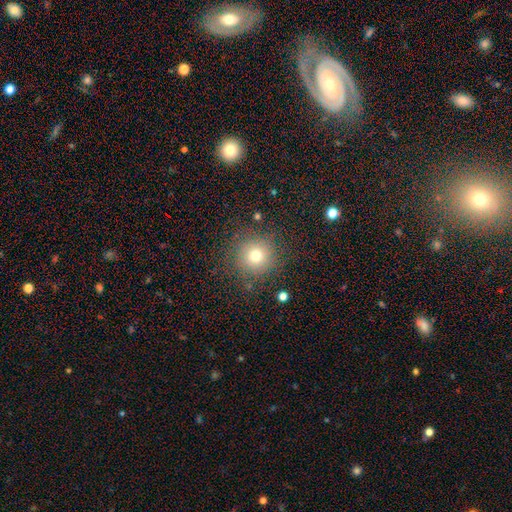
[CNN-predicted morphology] smooth-or-featured: smooth: 71% | star or artifact: 17% | featured or disk: 11%
  how-rounded: round: 95% | in between: 4% | cigar-shaped: 1%
  merging: none: 85% | minor disturbance: 9% | major disturbance: 5% | merger: 2%